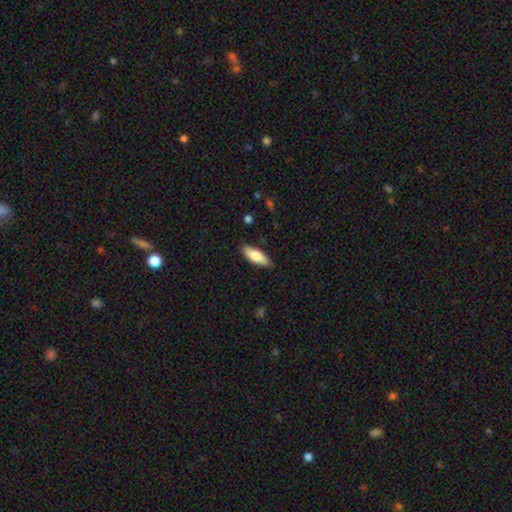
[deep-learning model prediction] A smooth galaxy with no disk features (78%) that is in between round and cigar-shaped (64%). Merging: none (87%).